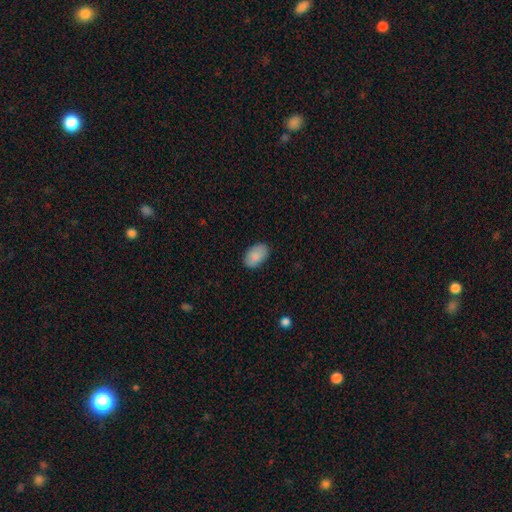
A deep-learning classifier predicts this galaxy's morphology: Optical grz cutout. It shows a smooth galaxy with no disk features (86%) that is in between round and cigar-shaped (92%). Merging: none (84%).